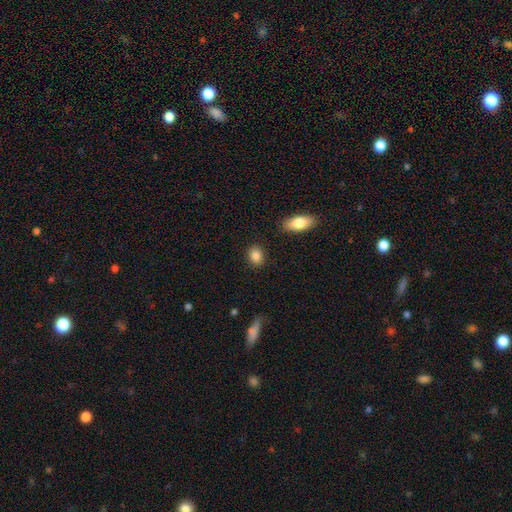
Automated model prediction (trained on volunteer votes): Morphology: type=smooth (86%); roundness=in between (57%); merging=none (88%).